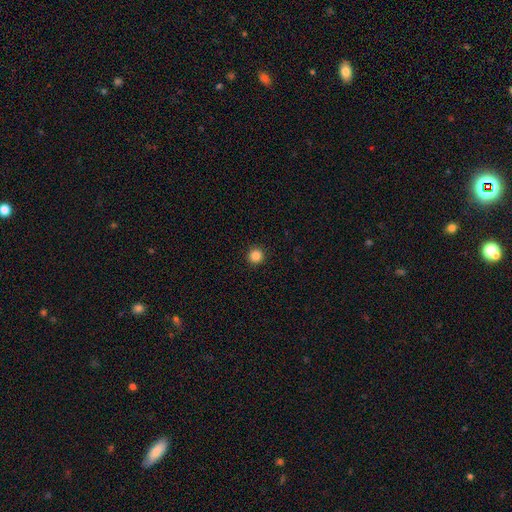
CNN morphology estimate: type=smooth (85%); roundness=round (96%); merging=none (94%).